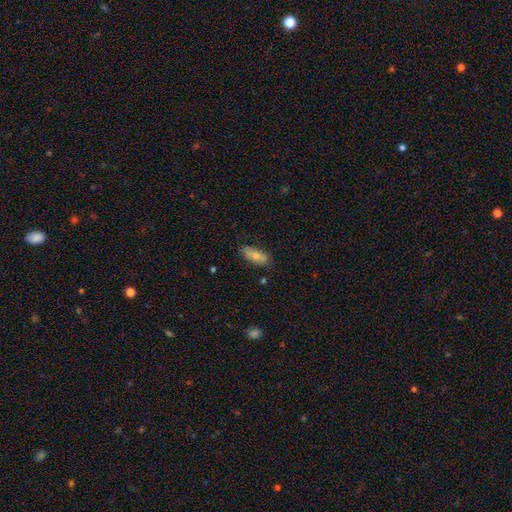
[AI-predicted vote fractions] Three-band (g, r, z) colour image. It shows a smooth galaxy with no disk features (67%) that is in between round and cigar-shaped (82%). Merging: none (77%).